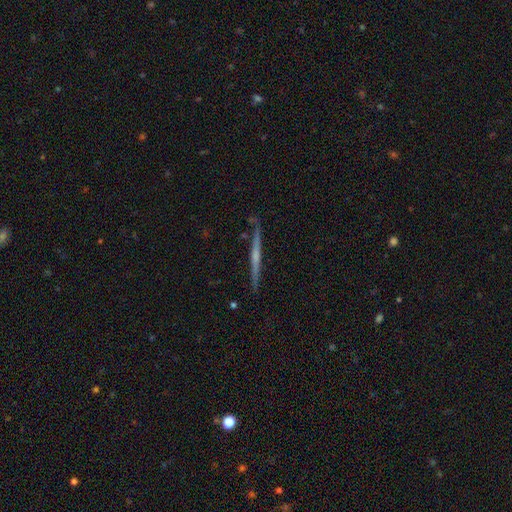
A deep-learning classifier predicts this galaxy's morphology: smooth-or-featured: featured or disk: 73% | smooth: 22% | star or artifact: 6%
  disk-edge-on: yes: 98% | no: 2%
    edge-on-bulge: none: 47% | rounded: 43% | boxy: 11%
  merging: none: 87% | minor disturbance: 10% | major disturbance: 2% | merger: 2%